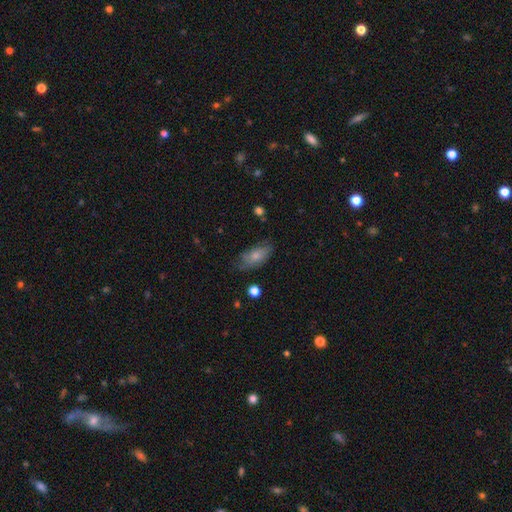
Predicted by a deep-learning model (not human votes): Smooth or featured: smooth — 73% (featured or disk — 20%)
How rounded: in between — 89% (cigar-shaped — 8%)
Merging: none — 62% (minor disturbance — 28%)